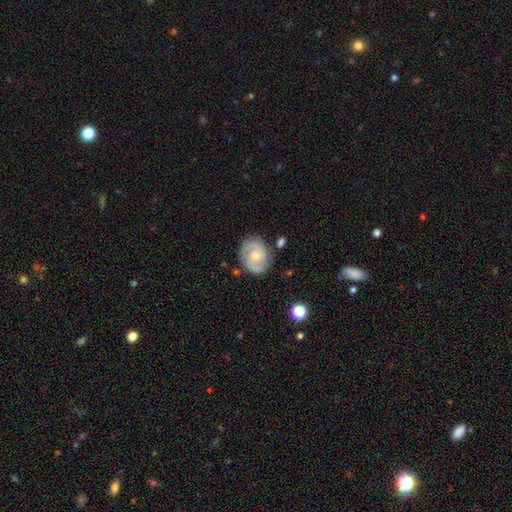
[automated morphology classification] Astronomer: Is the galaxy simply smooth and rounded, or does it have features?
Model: featured or disk — 75%.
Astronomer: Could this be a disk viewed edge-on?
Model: no — 98%.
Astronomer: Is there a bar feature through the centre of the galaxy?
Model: no — 62%.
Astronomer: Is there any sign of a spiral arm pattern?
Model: yes — 92%.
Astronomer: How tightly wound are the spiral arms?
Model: tight — 46% (runner-up: medium, 43%).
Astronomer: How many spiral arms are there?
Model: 2 — 81%.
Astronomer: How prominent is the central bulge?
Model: small — 49% (runner-up: moderate, 46%).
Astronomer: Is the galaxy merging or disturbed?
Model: none — 78%.